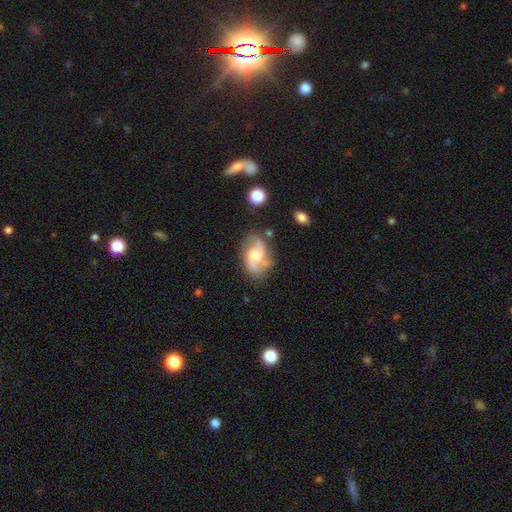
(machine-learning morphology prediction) A featured or disk galaxy (74%) with no bar (57%), 2 (83%) loose (47%) spiral arms (93%) and a moderate central bulge (53%). Merging: none (66%).